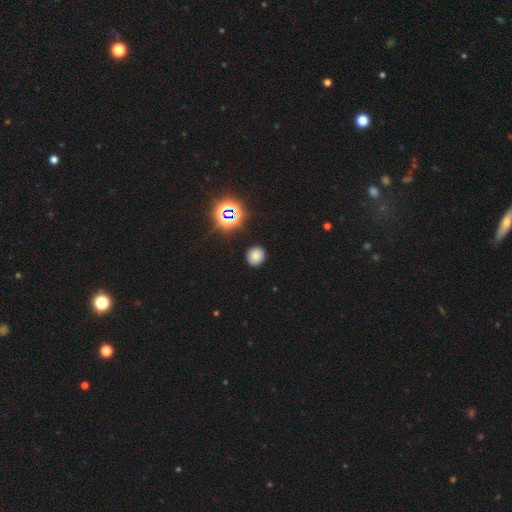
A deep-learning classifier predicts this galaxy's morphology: Smooth or featured? Predicted: smooth (p=0.73). How rounded? Predicted: round (p=0.79). Merging? Predicted: none (p=0.89).